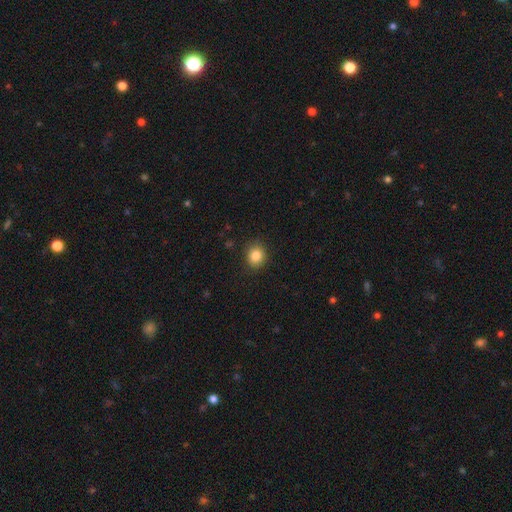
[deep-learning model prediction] Overall: smooth (85%). How rounded: round (74%). Merging: none (87%).